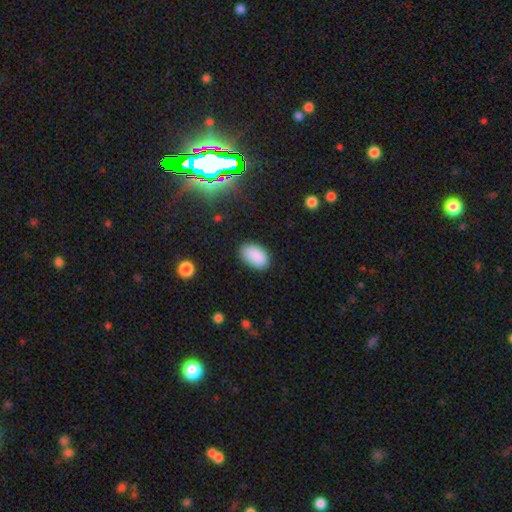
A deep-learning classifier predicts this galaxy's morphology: This is clearly a smooth galaxy (89%). How rounded: clearly in between (93%). Merging: clearly none (85%).